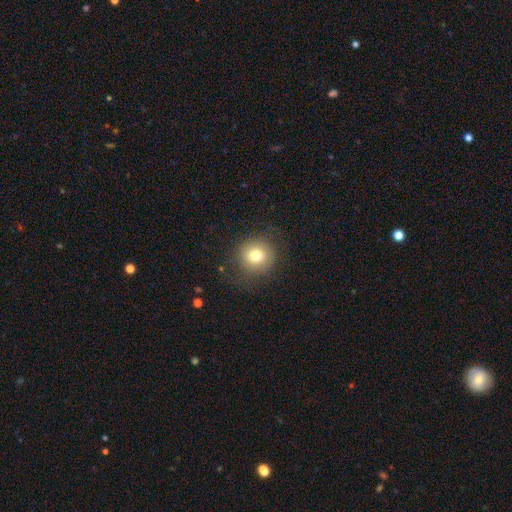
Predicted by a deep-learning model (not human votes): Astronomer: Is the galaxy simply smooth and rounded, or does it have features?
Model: smooth — 77%.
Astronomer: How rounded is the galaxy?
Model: round — 91%.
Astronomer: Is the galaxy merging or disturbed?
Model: none — 82%.